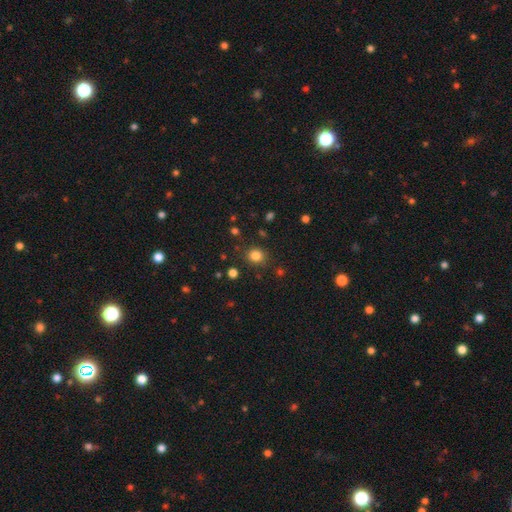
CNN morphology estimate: Smooth or featured: smooth — 82% (star or artifact — 14%)
How rounded: round — 83% (in between — 16%)
Merging: none — 85% (minor disturbance — 9%)